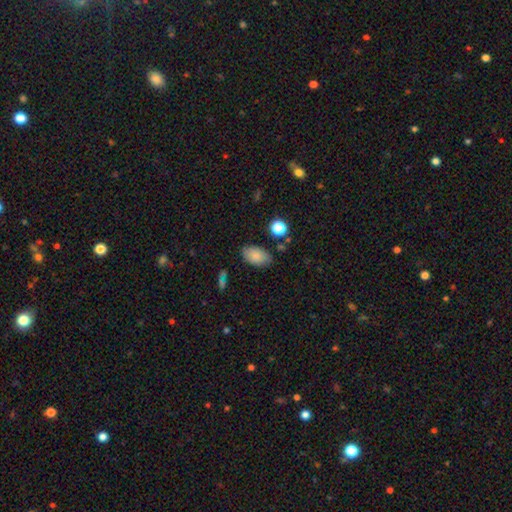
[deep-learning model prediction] This is clearly a smooth galaxy (83%). How rounded: clearly in between (92%). Merging: likely none (78%).